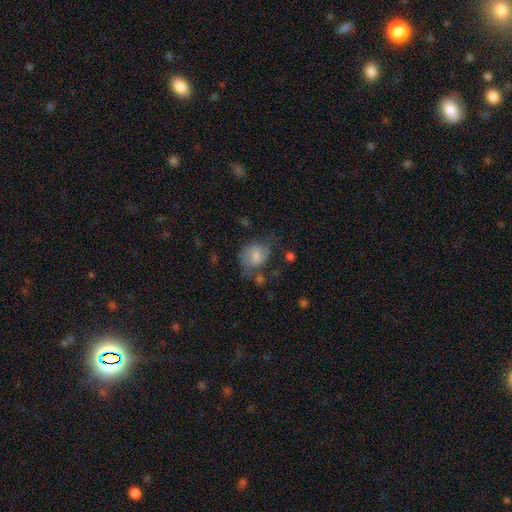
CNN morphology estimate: Smooth or featured? smooth (69%)
How rounded? round (50%)
Merging? none (48%)